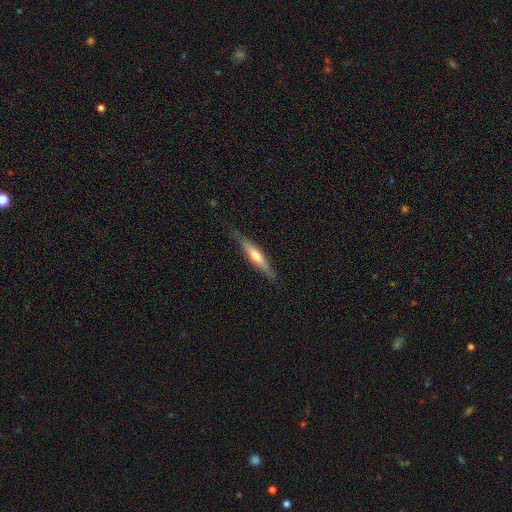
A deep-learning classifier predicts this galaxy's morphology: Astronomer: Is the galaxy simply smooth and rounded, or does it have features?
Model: featured or disk — 55% (runner-up: smooth, 39%).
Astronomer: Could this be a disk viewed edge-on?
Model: yes — 94%.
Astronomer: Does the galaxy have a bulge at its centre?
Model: rounded — 80%.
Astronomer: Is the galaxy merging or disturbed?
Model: none — 84%.